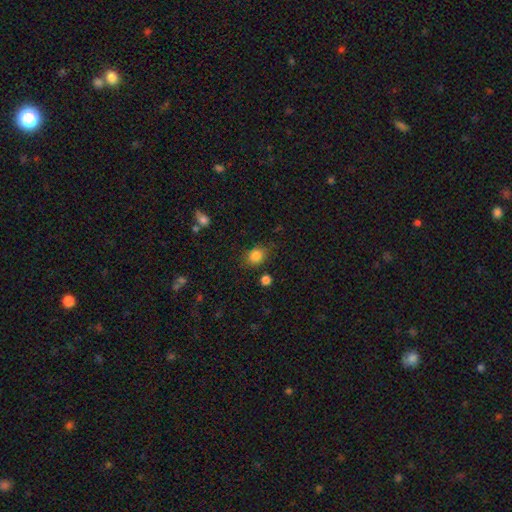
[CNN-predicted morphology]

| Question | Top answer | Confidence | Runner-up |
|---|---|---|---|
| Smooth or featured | smooth | 84% | star or artifact (11%) |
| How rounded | round | 56% | in between (43%) |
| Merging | none | 78% | minor disturbance (14%) |